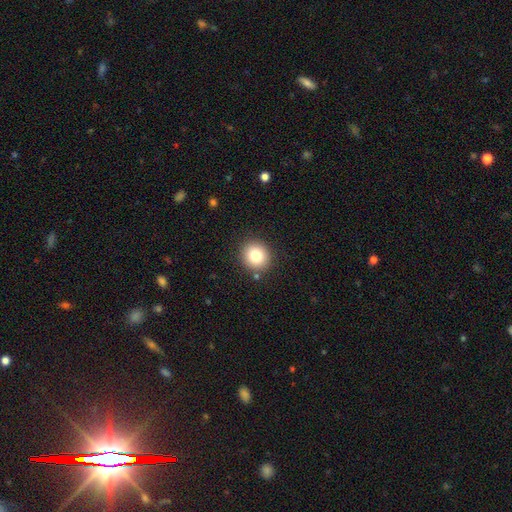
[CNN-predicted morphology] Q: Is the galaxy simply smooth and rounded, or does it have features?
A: smooth — 80%.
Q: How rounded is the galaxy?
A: round — 88%.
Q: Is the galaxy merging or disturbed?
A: none — 88%.